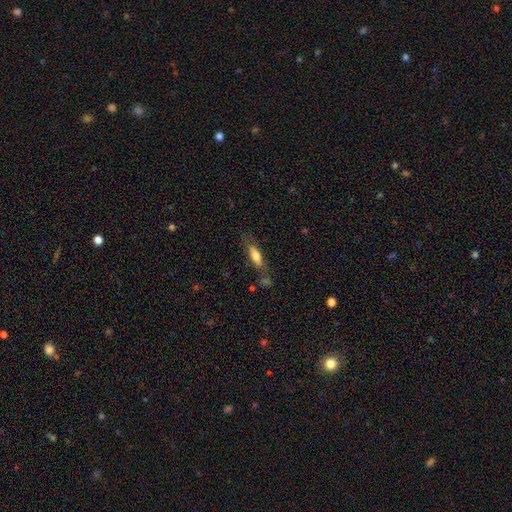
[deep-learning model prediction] A smooth galaxy with no disk features (66%) that is in between round and cigar-shaped (52%).

Vote fractions:
- Smooth or featured? smooth: 66% / featured or disk: 27% / star or artifact: 7%
- How rounded? in between: 52% / cigar-shaped: 46% / round: 2%
- Merging? none: 65% / minor disturbance: 21% / major disturbance: 7% / merger: 7%